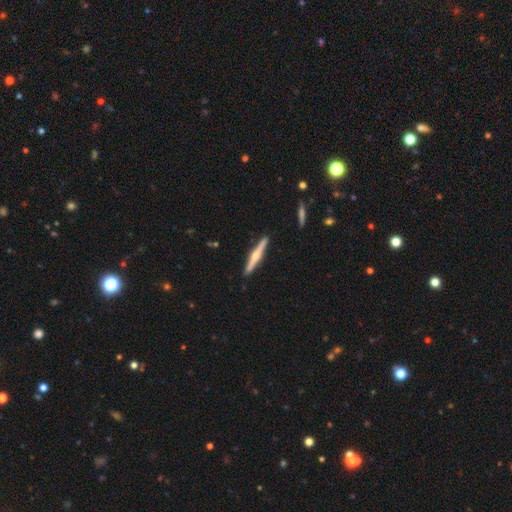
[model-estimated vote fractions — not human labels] Smooth or featured? Predicted: featured or disk (p=0.66). Edge-on disk? Predicted: yes (p=0.98). Edge-on bulge? Predicted: rounded (p=0.86). Merging? Predicted: none (p=0.91).